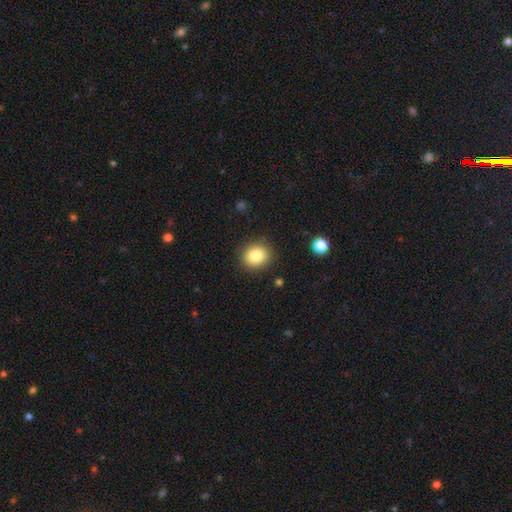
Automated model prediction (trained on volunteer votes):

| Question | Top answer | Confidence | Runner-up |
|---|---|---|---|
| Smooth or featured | smooth | 84% | star or artifact (10%) |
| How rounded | round | 79% | in between (20%) |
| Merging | none | 88% | minor disturbance (8%) |